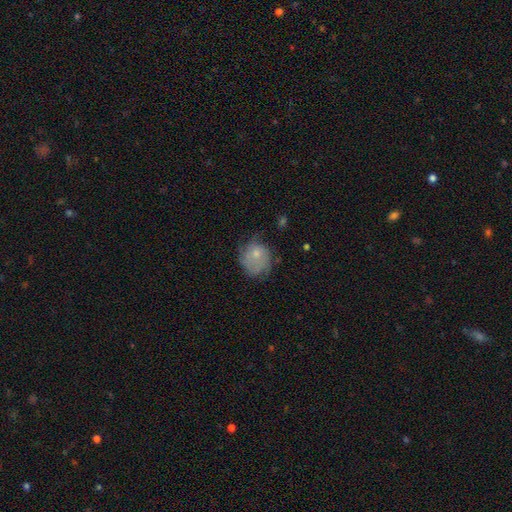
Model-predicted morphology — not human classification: Smooth or featured? smooth (61%)
How rounded? round (73%)
Merging? none (50%)